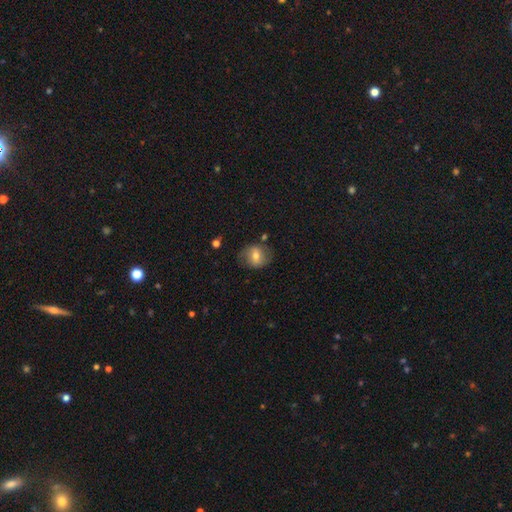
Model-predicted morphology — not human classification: Overall: smooth (58%; featured or disk 34%). How rounded: round (58%; in between 41%). Merging: none (71%).